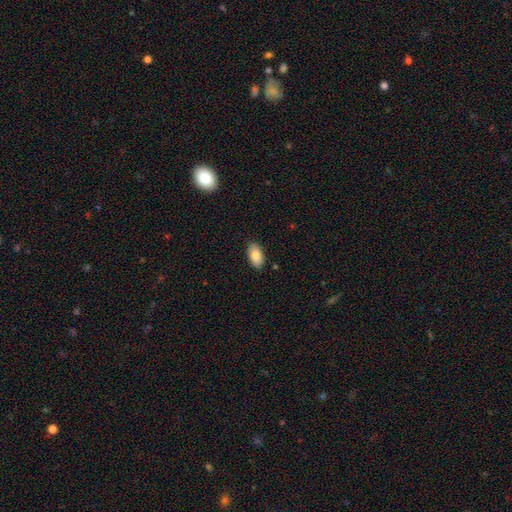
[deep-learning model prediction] Smooth or featured? Predicted: smooth (p=0.84). How rounded? Predicted: in between (p=0.94). Merging? Predicted: none (p=0.87).